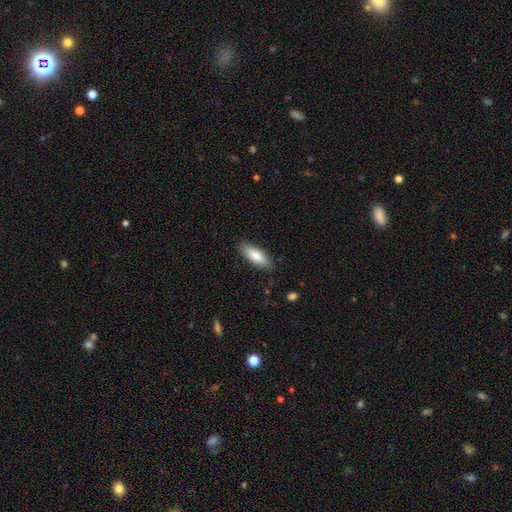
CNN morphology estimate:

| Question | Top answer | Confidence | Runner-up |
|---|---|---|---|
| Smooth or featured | smooth | 85% | featured or disk (10%) |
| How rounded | in between | 70% | cigar-shaped (28%) |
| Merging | none | 85% | minor disturbance (12%) |